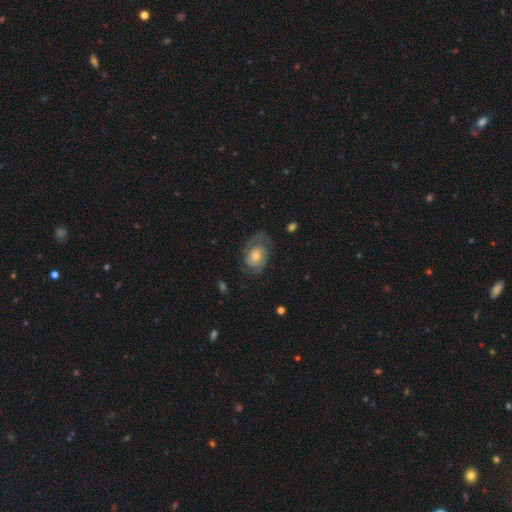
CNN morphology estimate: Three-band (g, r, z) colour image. It shows a featured or disk galaxy (72%) with no bar (75%), 2 (56%) tight (49%) spiral arms (90%) and a moderate central bulge (55%). Merging: none (65%).